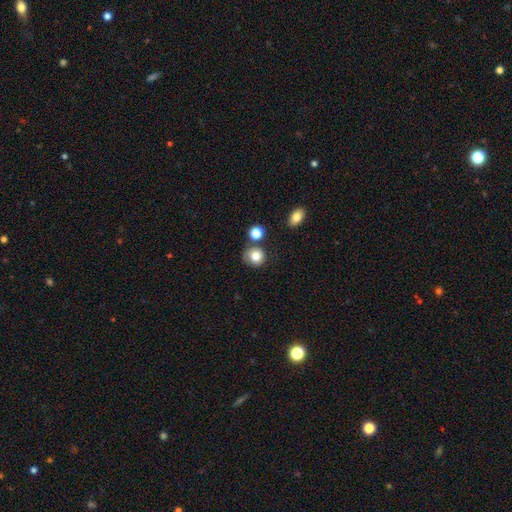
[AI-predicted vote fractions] Q: Smooth or featured?
A: smooth (82%); runner-up: star or artifact (10%)
Q: How rounded?
A: round (85%); runner-up: in between (15%)
Q: Merging?
A: none (71%); runner-up: minor disturbance (14%)